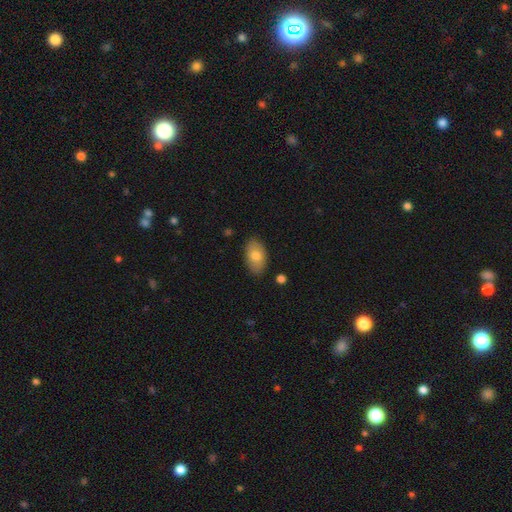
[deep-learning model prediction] This appears to be a smooth galaxy with no disk features (78%) that is in between round and cigar-shaped (92%). Merging: none (85%).